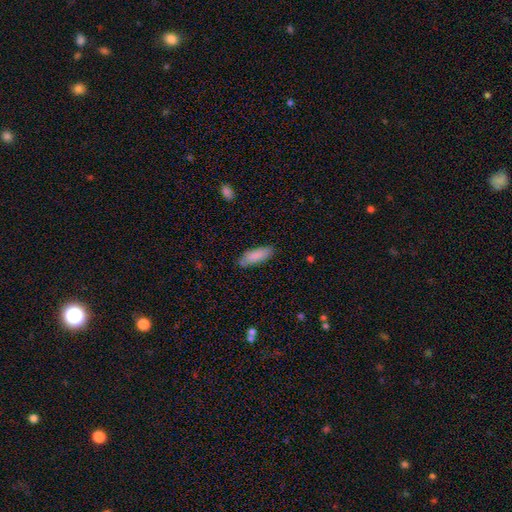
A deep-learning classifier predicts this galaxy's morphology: Overall: smooth (87%). How rounded: in between (65%; cigar-shaped 34%). Merging: none (79%).